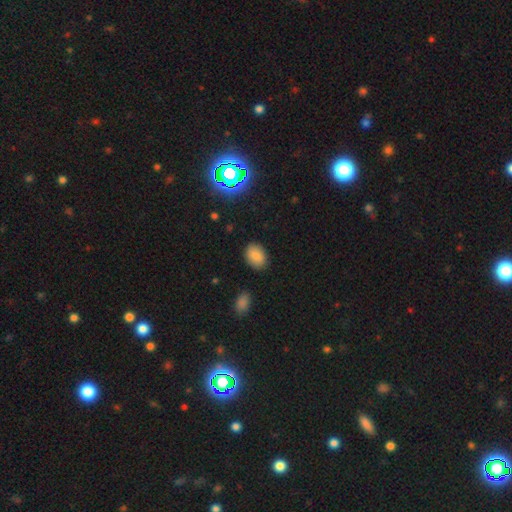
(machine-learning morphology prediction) smooth-or-featured: smooth: 83% | star or artifact: 11% | featured or disk: 6%
  how-rounded: in between: 75% | round: 24% | cigar-shaped: 1%
  merging: none: 86% | minor disturbance: 10% | major disturbance: 3% | merger: 1%